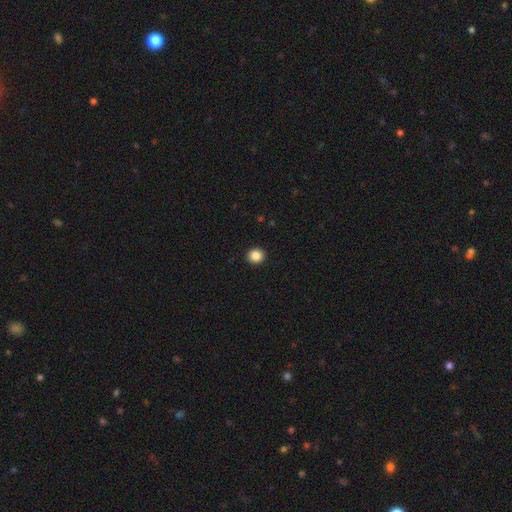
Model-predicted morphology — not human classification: smooth-or-featured: smooth: 87% | star or artifact: 10% | featured or disk: 3%
  how-rounded: round: 90% | in between: 9% | cigar-shaped: 1%
  merging: none: 93% | minor disturbance: 4% | major disturbance: 2% | merger: 1%